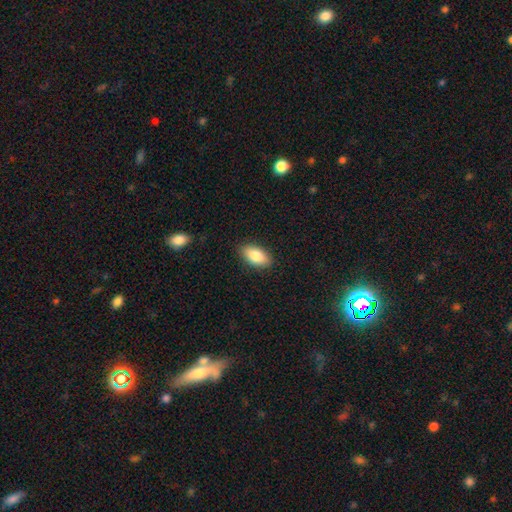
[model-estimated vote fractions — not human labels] This is clearly a smooth galaxy (85%). How rounded: clearly in between (91%). Merging: clearly none (88%).